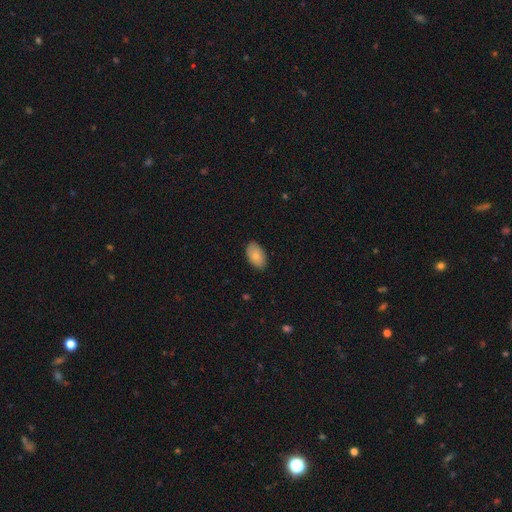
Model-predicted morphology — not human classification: Smooth or featured? smooth (80%)
How rounded? in between (93%)
Merging? none (86%)